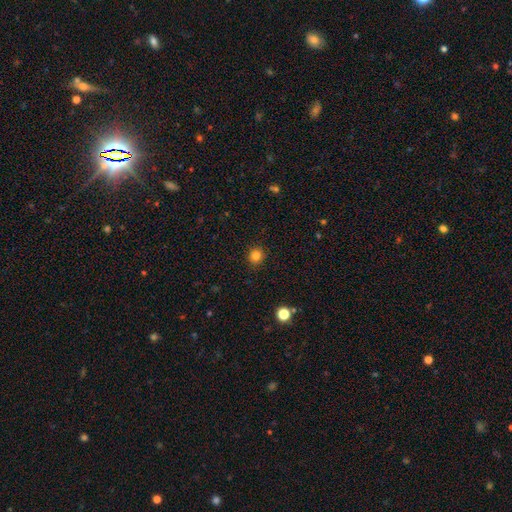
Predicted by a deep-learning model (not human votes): Smooth or featured? Predicted: smooth (p=0.82). How rounded? Predicted: round (p=0.87). Merging? Predicted: none (p=0.90).